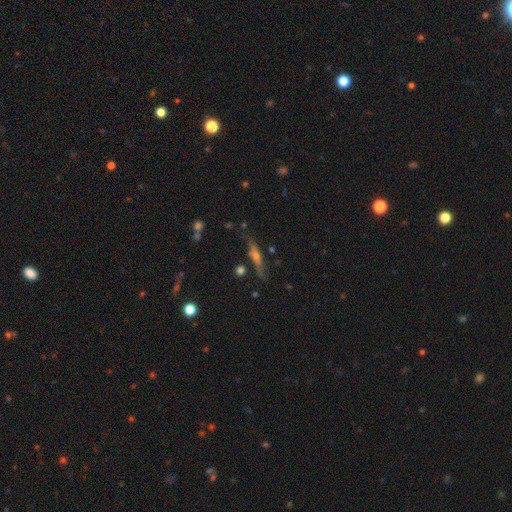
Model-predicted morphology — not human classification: Smooth or featured? featured or disk (63%)
Edge-on disk? yes (92%)
Edge-on bulge? rounded (74%)
Merging? none (77%)